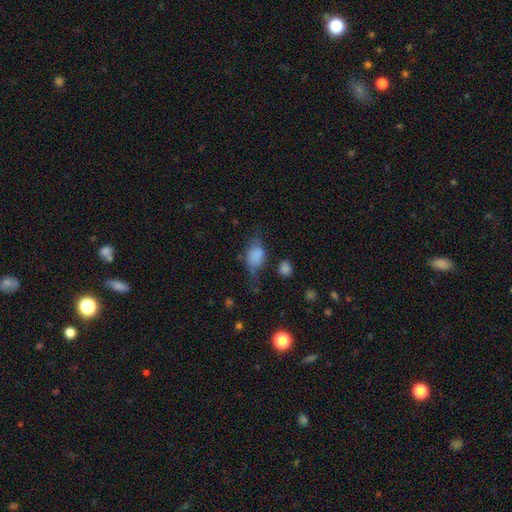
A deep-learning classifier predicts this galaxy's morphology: type=smooth (67%); roundness=in between (75%); merging=none (39%).